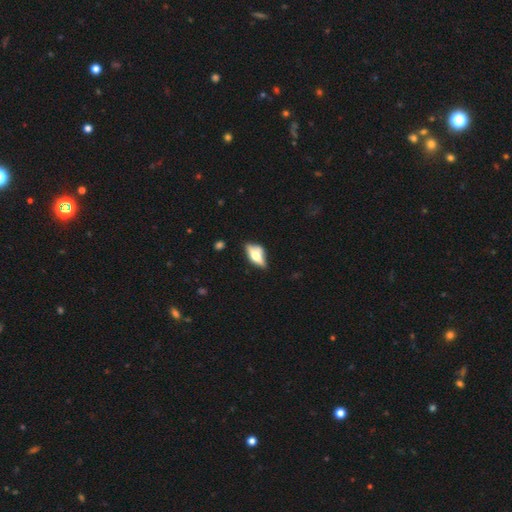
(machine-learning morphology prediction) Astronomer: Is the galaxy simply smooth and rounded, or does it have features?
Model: featured or disk — 52% (runner-up: smooth, 40%).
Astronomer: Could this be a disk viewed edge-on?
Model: yes — 75%.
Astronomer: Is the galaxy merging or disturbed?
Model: none — 55%.